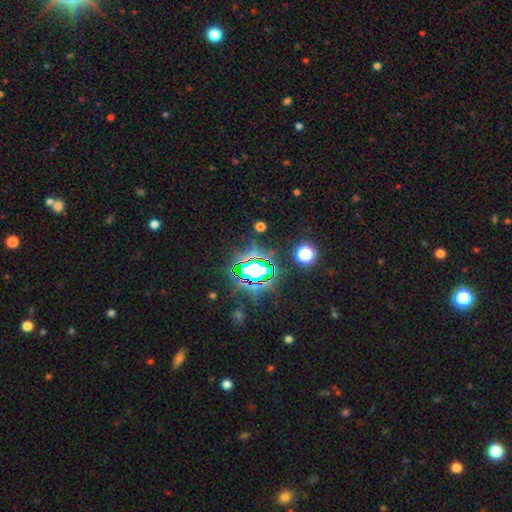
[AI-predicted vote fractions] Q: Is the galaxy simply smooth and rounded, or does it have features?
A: star or artifact — 80%.